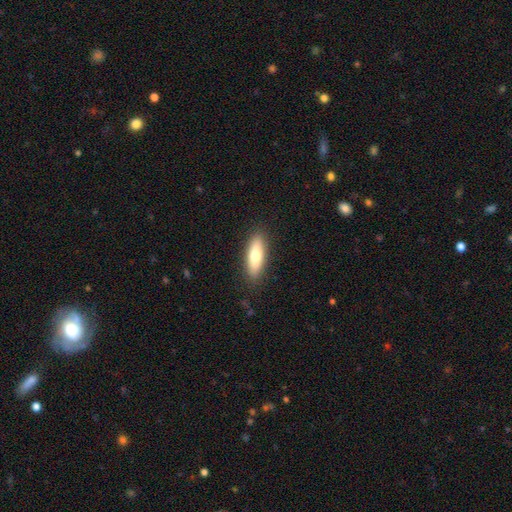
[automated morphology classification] Q: Smooth or featured?
A: smooth (75%); runner-up: featured or disk (19%)
Q: How rounded?
A: in between (64%); runner-up: cigar-shaped (34%)
Q: Merging?
A: none (88%); runner-up: minor disturbance (9%)